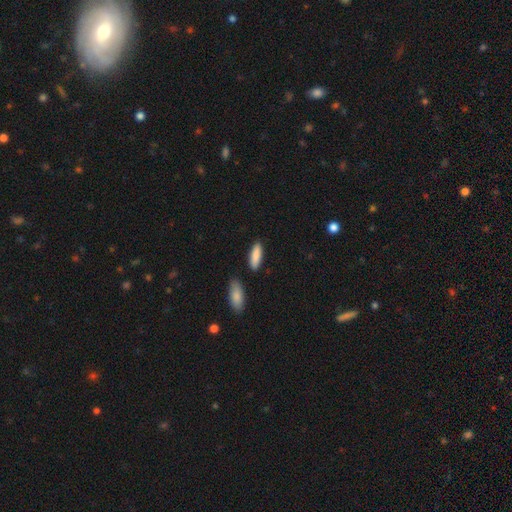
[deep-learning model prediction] A smooth galaxy with no disk features (88%) that is in between round and cigar-shaped (56%).

Vote fractions:
- Smooth or featured? smooth: 88% / featured or disk: 7% / star or artifact: 6%
- How rounded? in between: 56% / cigar-shaped: 42% / round: 2%
- Merging? none: 85% / minor disturbance: 9% / merger: 4% / major disturbance: 2%